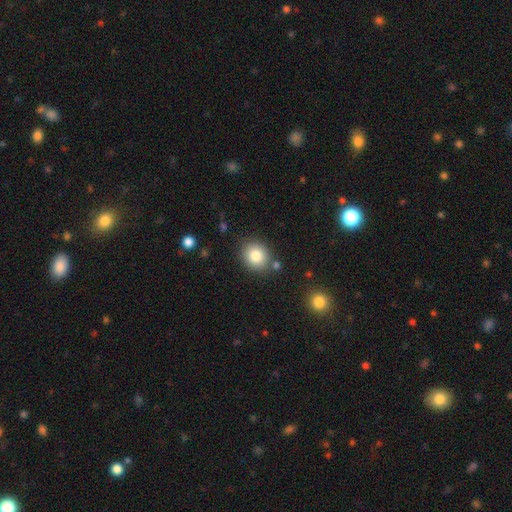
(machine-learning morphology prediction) Smooth or featured?
  - smooth: 81% *
  - star or artifact: 10%
  - featured or disk: 9%
How rounded?
  - round: 76% *
  - in between: 24%
  - cigar-shaped: 1%
Merging?
  - none: 82% *
  - minor disturbance: 9%
  - merger: 6%
  - major disturbance: 3%